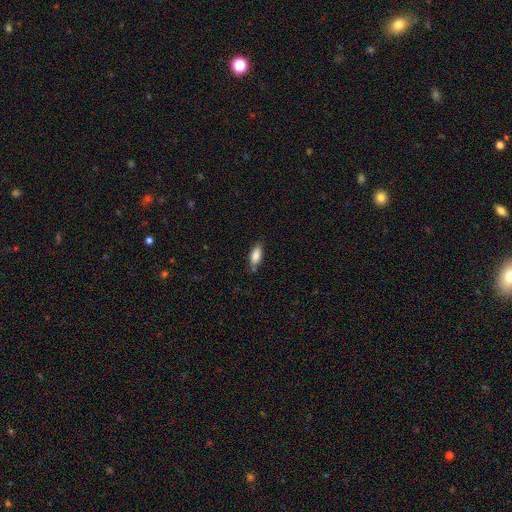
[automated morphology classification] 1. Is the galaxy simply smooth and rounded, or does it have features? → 84% smooth, 9% featured or disk, 7% star or artifact.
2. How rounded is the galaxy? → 81% in between, 17% cigar-shaped, 2% round.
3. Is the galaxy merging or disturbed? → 76% none, 18% minor disturbance, 3% major disturbance, 3% merger.